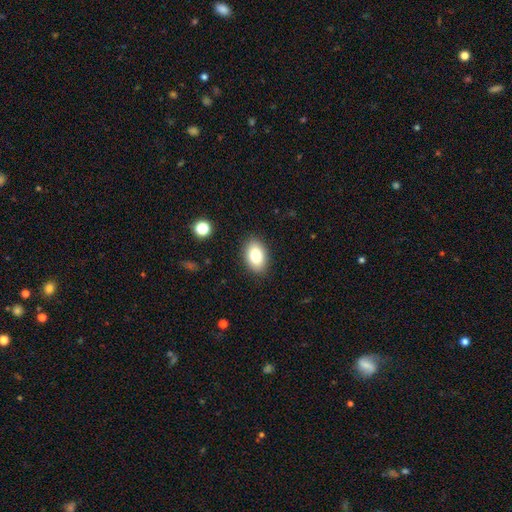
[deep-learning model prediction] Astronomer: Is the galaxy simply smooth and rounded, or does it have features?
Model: smooth — 81%.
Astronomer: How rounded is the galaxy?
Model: in between — 89%.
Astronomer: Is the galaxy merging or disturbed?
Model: none — 88%.